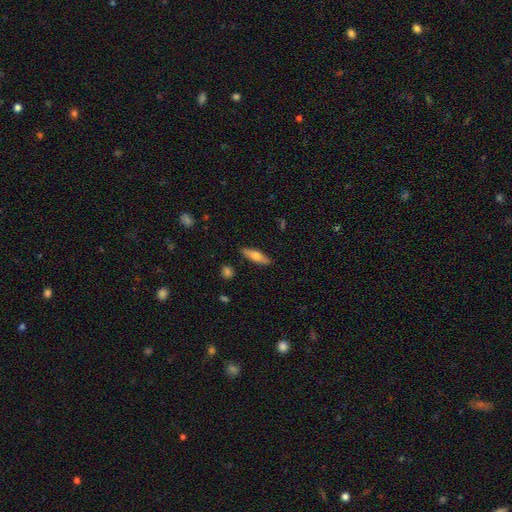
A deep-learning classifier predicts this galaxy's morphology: Smooth or featured? Predicted: smooth (p=0.60). How rounded? Predicted: cigar-shaped (p=0.56). Merging? Predicted: none (p=0.87).